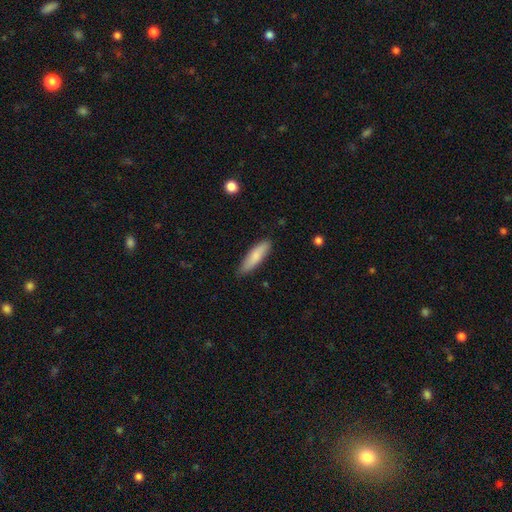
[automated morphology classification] Q: Smooth or featured?
A: smooth (80%); runner-up: featured or disk (14%)
Q: How rounded?
A: cigar-shaped (69%); runner-up: in between (30%)
Q: Merging?
A: none (83%); runner-up: minor disturbance (14%)